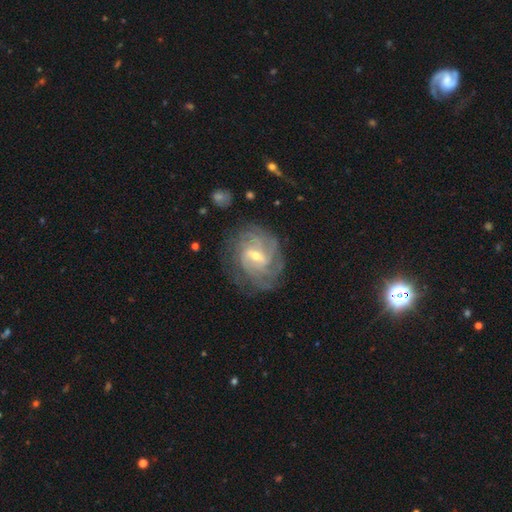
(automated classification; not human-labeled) Morphology: type=featured or disk (85%); edge-on=no (97%); bar=weak (56%); spiral arms=yes (95%); winding=tight (62%); arm count=can't tell (35%); bulge=small (56%); merging=none (76%).